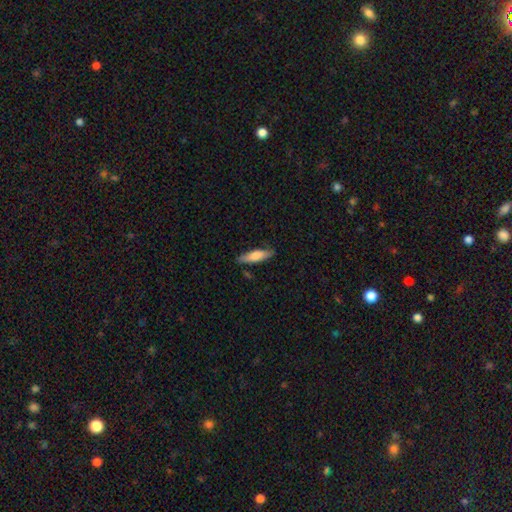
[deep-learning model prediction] Smooth or featured? smooth (72%)
How rounded? cigar-shaped (63%)
Merging? none (81%)